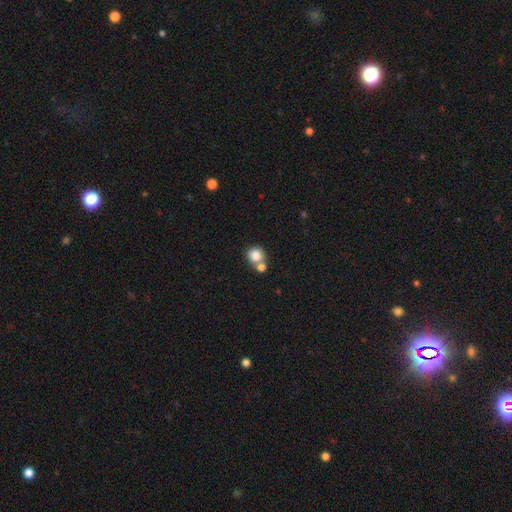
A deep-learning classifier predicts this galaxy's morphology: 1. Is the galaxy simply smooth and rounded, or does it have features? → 83% smooth, 10% star or artifact, 8% featured or disk.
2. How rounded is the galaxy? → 86% round, 13% in between, 1% cigar-shaped.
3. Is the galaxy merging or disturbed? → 50% none, 39% merger, 8% minor disturbance, 3% major disturbance.